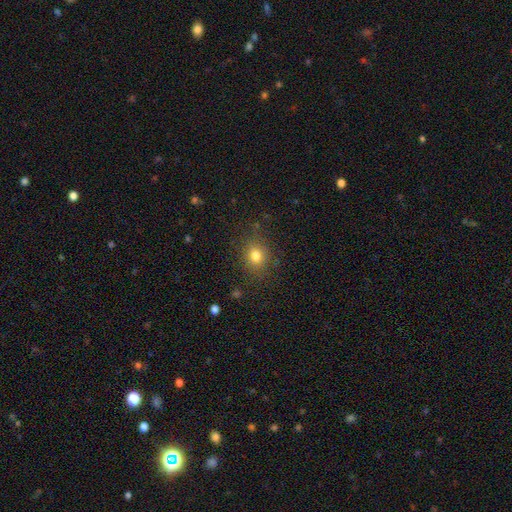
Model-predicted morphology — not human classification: This appears to be a smooth galaxy with no disk features (78%) that is round (66%). Merging: none (83%).